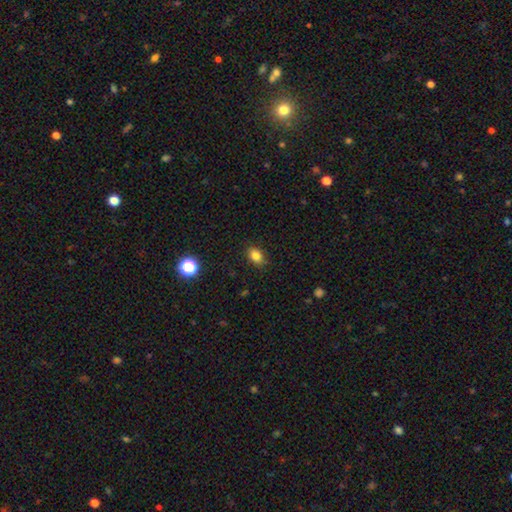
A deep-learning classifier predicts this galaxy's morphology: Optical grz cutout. It shows a smooth galaxy with no disk features (83%) that is in between round and cigar-shaped (73%). Merging: none (85%).